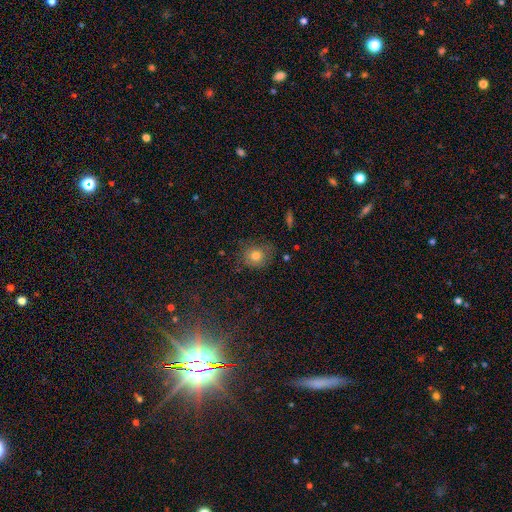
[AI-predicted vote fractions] Smooth or featured?
  - smooth: 72% *
  - featured or disk: 15%
  - star or artifact: 14%
How rounded?
  - round: 75% *
  - in between: 24%
  - cigar-shaped: 1%
Merging?
  - none: 69% *
  - minor disturbance: 21%
  - major disturbance: 8%
  - merger: 2%